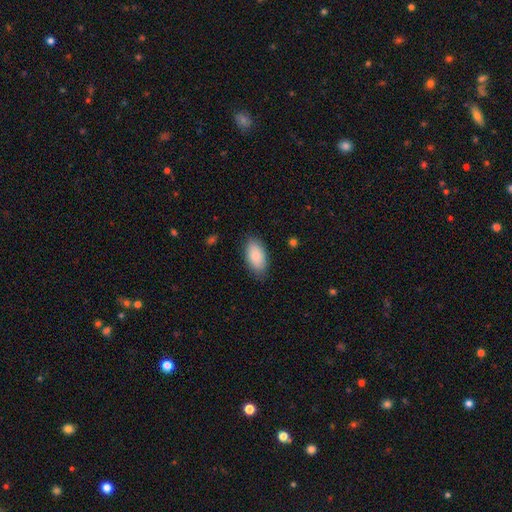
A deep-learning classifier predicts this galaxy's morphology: The model was most divided on "merging": none: 83%, minor disturbance: 13%, major disturbance: 3%, merger: 1%. More confident: how rounded — in between (94%); smooth or featured — smooth (86%).